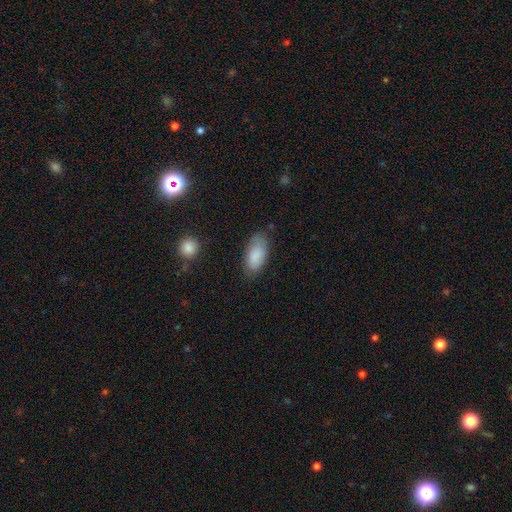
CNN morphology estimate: smooth-or-featured: smooth: 85% | featured or disk: 9% | star or artifact: 6%
  how-rounded: in between: 90% | cigar-shaped: 7% | round: 2%
  merging: none: 75% | minor disturbance: 18% | major disturbance: 4% | merger: 2%